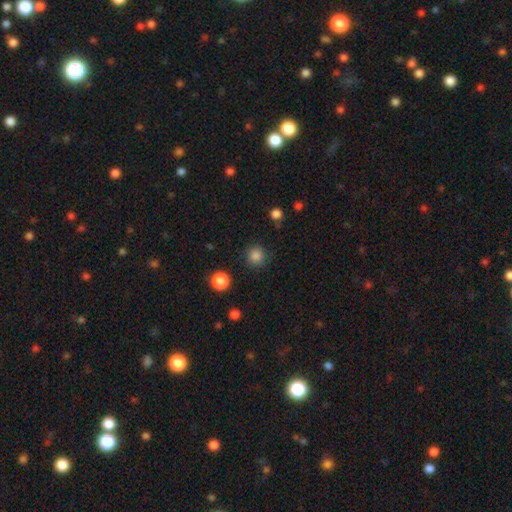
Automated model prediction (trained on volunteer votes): Smooth or featured? Predicted: smooth (p=0.84). How rounded? Predicted: round (p=0.94). Merging? Predicted: none (p=0.88).